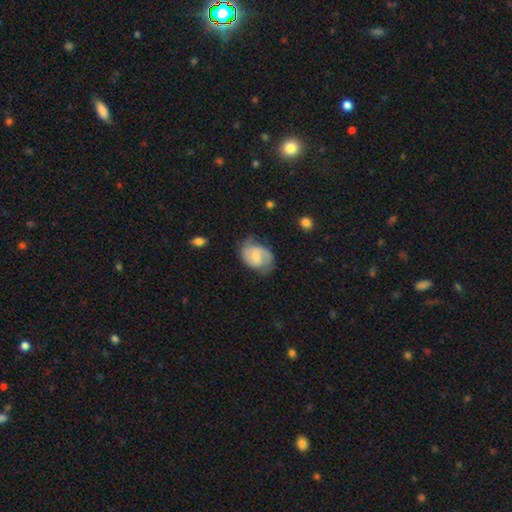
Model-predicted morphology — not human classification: smooth_or_featured: featured or disk (p=0.60) [alt: smooth p=0.34]
disk_edge_on: no (p=0.97) [alt: yes p=0.03]
bar: weak (p=0.50) [alt: no p=0.37]
has_spiral_arms: yes (p=0.88) [alt: no p=0.12]
spiral_winding: medium (p=0.47) [alt: tight p=0.31]
spiral_arm_count: 2 (p=0.77) [alt: can't tell p=0.12]
bulge_size: small (p=0.50) [alt: moderate p=0.27]
merging: none (p=0.57) [alt: minor disturbance p=0.28]